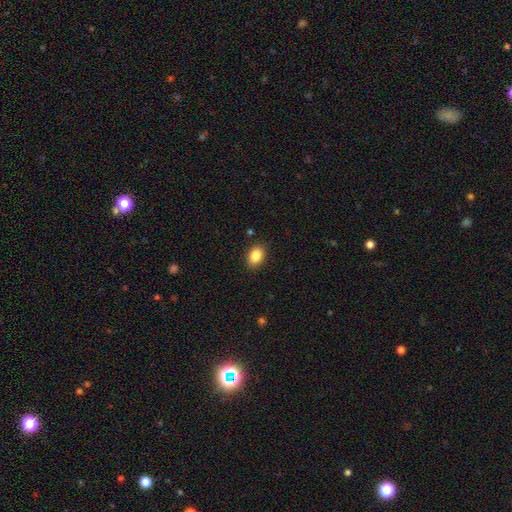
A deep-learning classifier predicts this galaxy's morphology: This appears to be a smooth galaxy with no disk features (86%) that is in between round and cigar-shaped (72%). Merging: none (87%).